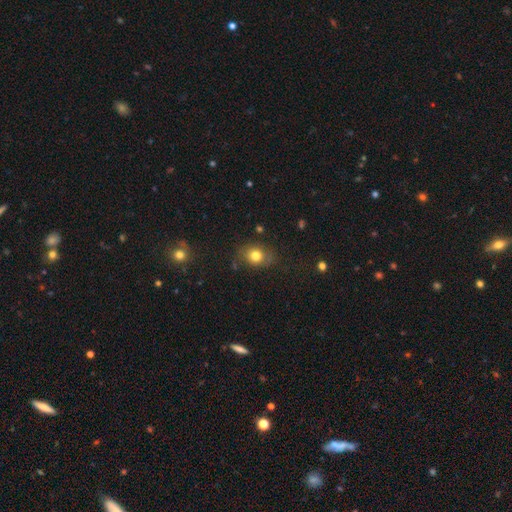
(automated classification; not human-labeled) Smooth or featured: smooth — 78% (star or artifact — 12%)
How rounded: round — 55% (in between — 44%)
Merging: none — 76% (minor disturbance — 17%)